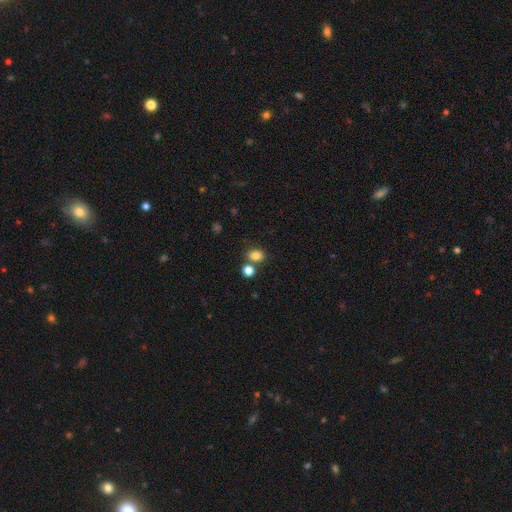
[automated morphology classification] Smooth or featured? Predicted: smooth (p=0.81). How rounded? Predicted: in between (p=0.52). Merging? Predicted: none (p=0.66).